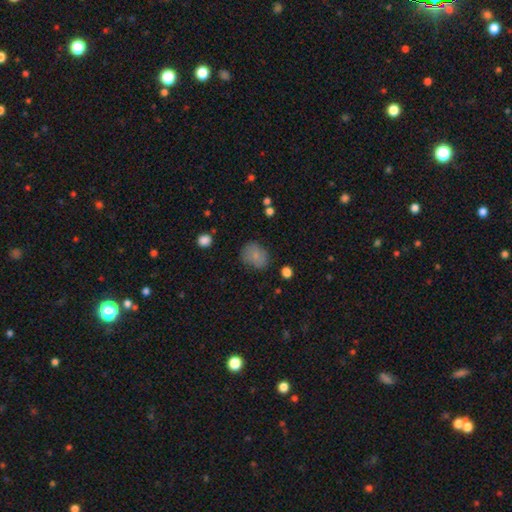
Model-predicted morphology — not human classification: Smooth or featured?
  - smooth: 80% *
  - featured or disk: 10%
  - star or artifact: 10%
How rounded?
  - in between: 53% *
  - round: 46%
  - cigar-shaped: 1%
Merging?
  - none: 71% *
  - minor disturbance: 21%
  - major disturbance: 6%
  - merger: 2%